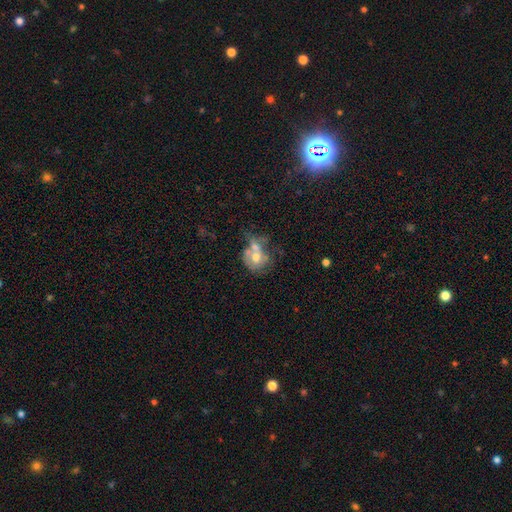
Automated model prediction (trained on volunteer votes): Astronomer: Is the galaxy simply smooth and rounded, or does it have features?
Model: smooth — 50% (runner-up: featured or disk, 41%).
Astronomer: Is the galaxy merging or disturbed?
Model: merger — 50%.